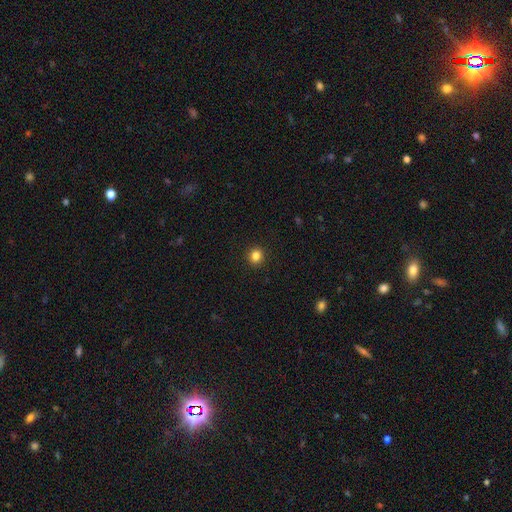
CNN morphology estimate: Q: Smooth or featured?
A: smooth (83%); runner-up: star or artifact (12%)
Q: How rounded?
A: round (90%); runner-up: in between (9%)
Q: Merging?
A: none (93%); runner-up: minor disturbance (4%)